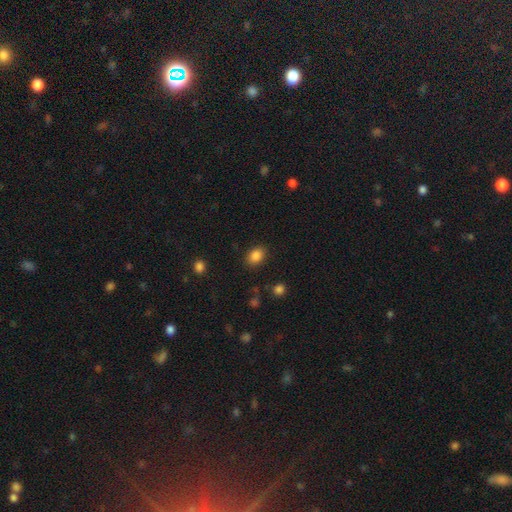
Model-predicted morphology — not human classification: smooth-or-featured: smooth: 86% | star or artifact: 10% | featured or disk: 4%
  how-rounded: in between: 66% | round: 33% | cigar-shaped: 1%
  merging: none: 85% | minor disturbance: 10% | major disturbance: 3% | merger: 2%